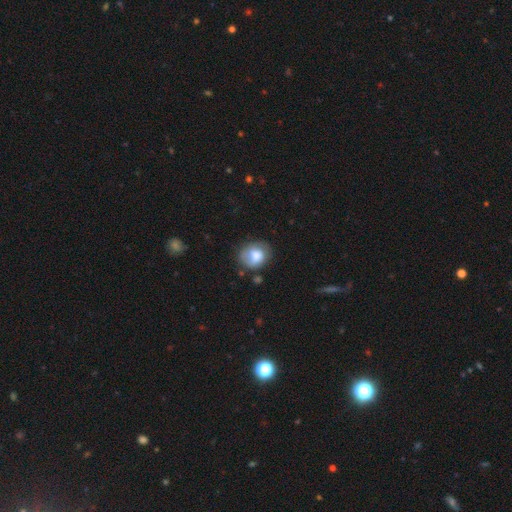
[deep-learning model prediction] smooth-or-featured: smooth: 71% | featured or disk: 21% | star or artifact: 8%
  how-rounded: round: 58% | in between: 41% | cigar-shaped: 1%
  merging: none: 59% | minor disturbance: 27% | major disturbance: 10% | merger: 4%